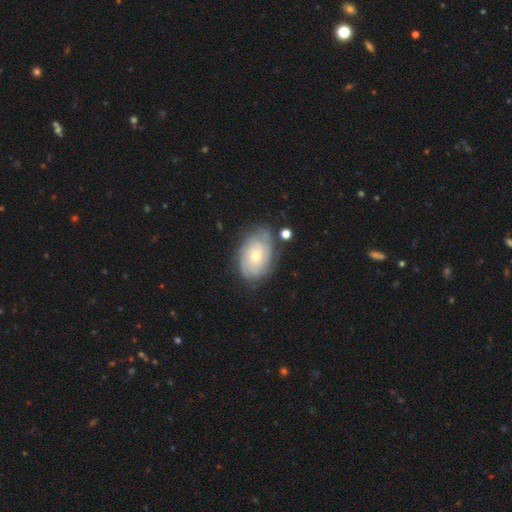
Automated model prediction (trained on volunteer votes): A featured or disk galaxy (68%) with no bar (82%), tight (74%) spiral arms (84%) and a small central bulge (53%).

Vote fractions:
- Smooth or featured? featured or disk: 68% / smooth: 26% / star or artifact: 7%
- Edge-on disk? no: 95% / yes: 5%
- Bar? no: 82% / weak: 16% / strong: 3%
- Spiral arms? yes: 84% / no: 16%
- Spiral winding? tight: 74% / medium: 19% / loose: 7%
- Spiral arm count? can't tell: 58% / 2: 13% / 3: 11% / 4: 9% / more than 4: 5% / 1: 4%
- Bulge size? small: 53% / moderate: 42% / large: 2% / none: 1% / dominant: 1%
- Merging? none: 67% / minor disturbance: 22% / major disturbance: 8% / merger: 3%